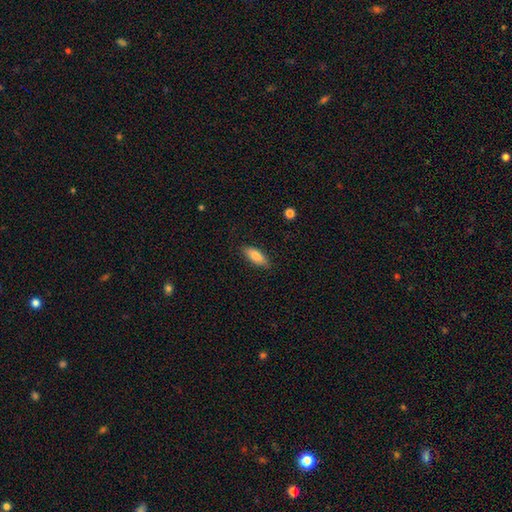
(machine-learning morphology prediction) Smooth or featured? Predicted: smooth (p=0.82). How rounded? Predicted: in between (p=0.78). Merging? Predicted: none (p=0.85).